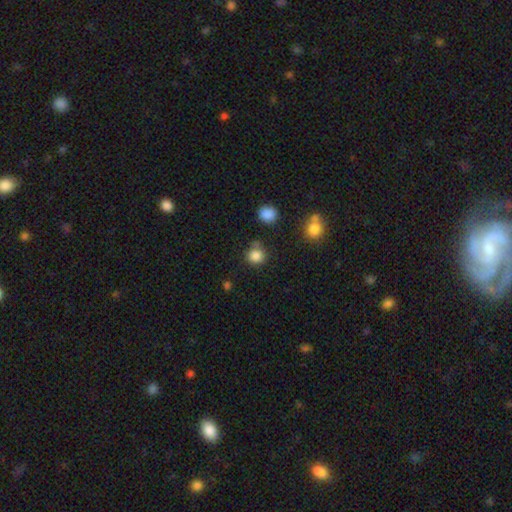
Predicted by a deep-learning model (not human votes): Q: Smooth or featured?
A: smooth (83%); runner-up: star or artifact (12%)
Q: How rounded?
A: round (86%); runner-up: in between (13%)
Q: Merging?
A: none (72%); runner-up: minor disturbance (14%)